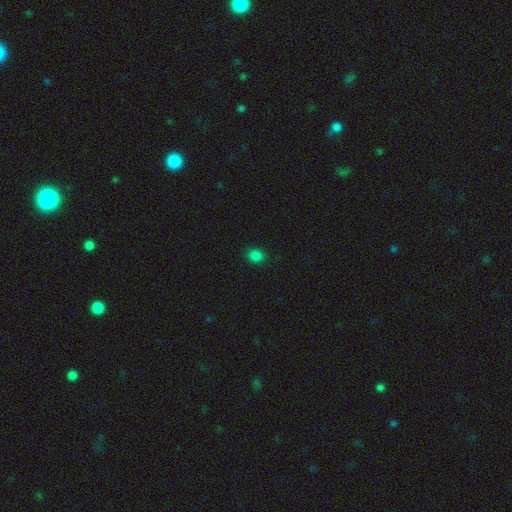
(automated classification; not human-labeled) This appears to be a smooth galaxy with no disk features (82%) that is round (74%). Merging: none (89%).